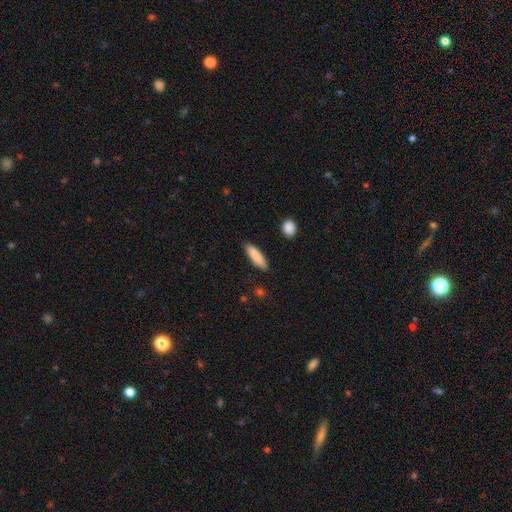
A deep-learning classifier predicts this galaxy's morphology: Smooth or featured? smooth (86%)
How rounded? cigar-shaped (62%)
Merging? none (86%)